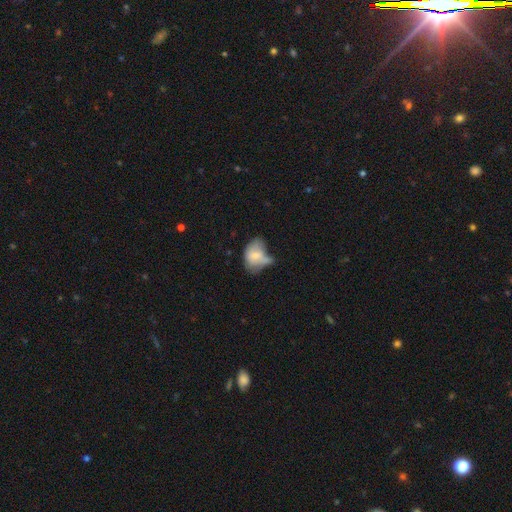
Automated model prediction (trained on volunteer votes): Q: Smooth or featured?
A: smooth (65%); runner-up: featured or disk (26%)
Q: How rounded?
A: in between (78%); runner-up: round (21%)
Q: Merging?
A: minor disturbance (29%); runner-up: merger (25%)